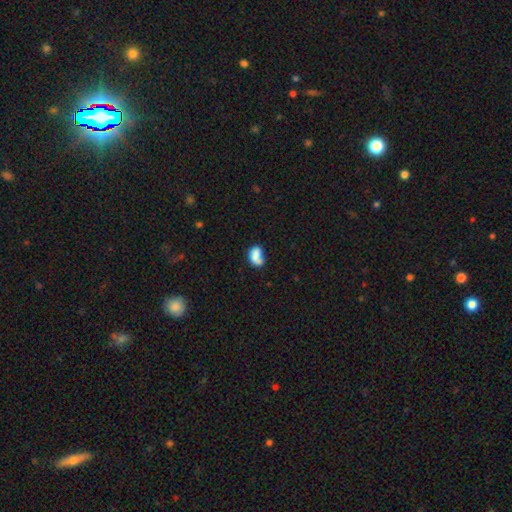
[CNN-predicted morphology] This is likely a smooth galaxy (72%). How rounded: clearly in between (82%). Merging: marginally none (33%).